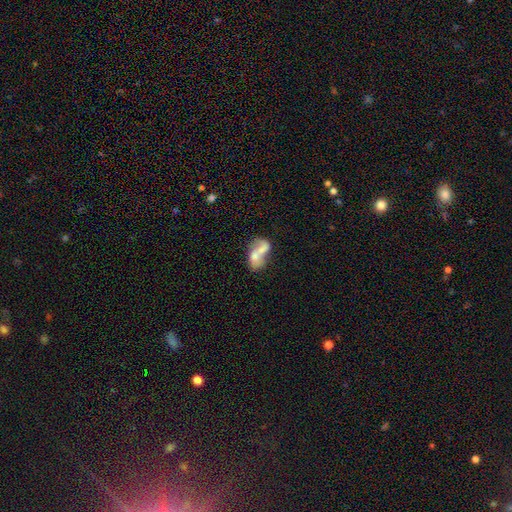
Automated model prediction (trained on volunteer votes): Morphology: type=smooth (53%); roundness=in between (80%); merging=merger (65%).